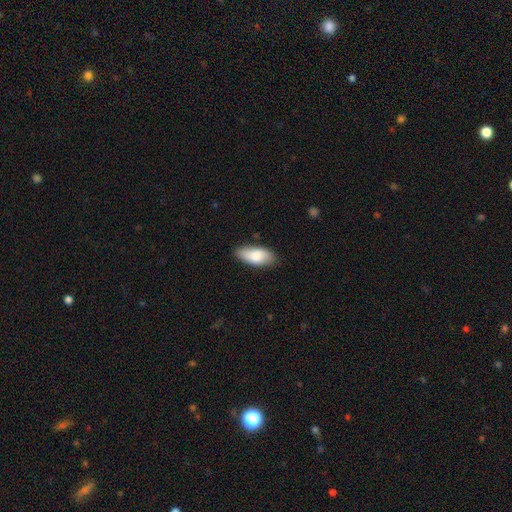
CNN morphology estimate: Q: Smooth or featured?
A: smooth (80%); runner-up: featured or disk (14%)
Q: How rounded?
A: in between (86%); runner-up: cigar-shaped (12%)
Q: Merging?
A: none (83%); runner-up: minor disturbance (14%)